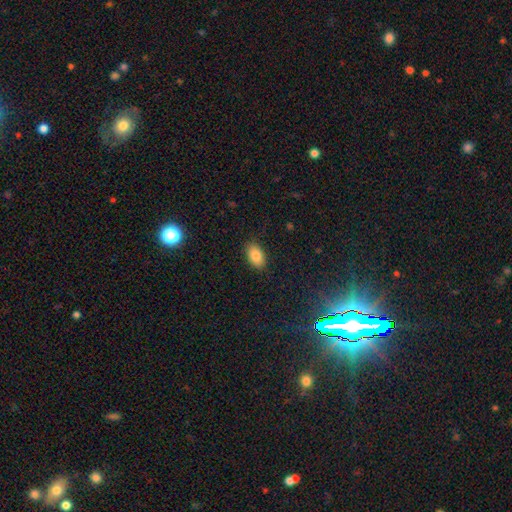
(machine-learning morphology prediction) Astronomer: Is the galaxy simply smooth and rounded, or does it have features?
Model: smooth — 84%.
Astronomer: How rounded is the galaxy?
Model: in between — 91%.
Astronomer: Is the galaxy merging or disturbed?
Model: none — 88%.